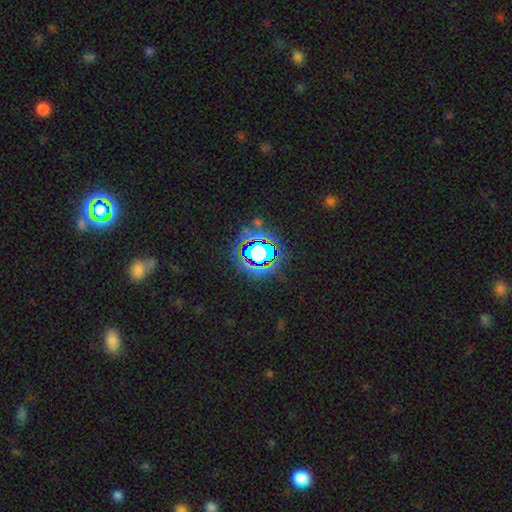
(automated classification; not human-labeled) A star or artifact, not a galaxy (65%).

Vote fractions:
- Smooth or featured? star or artifact: 65% / smooth: 20% / featured or disk: 15%